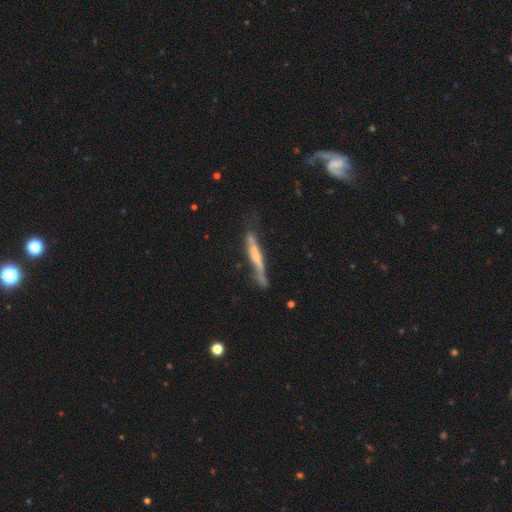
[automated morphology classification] Smooth or featured: featured or disk — 62% (smooth — 32%)
Edge-on disk: yes — 84% (no — 16%)
Edge-on bulge: none — 42% (rounded — 39%)
Merging: none — 58% (minor disturbance — 27%)